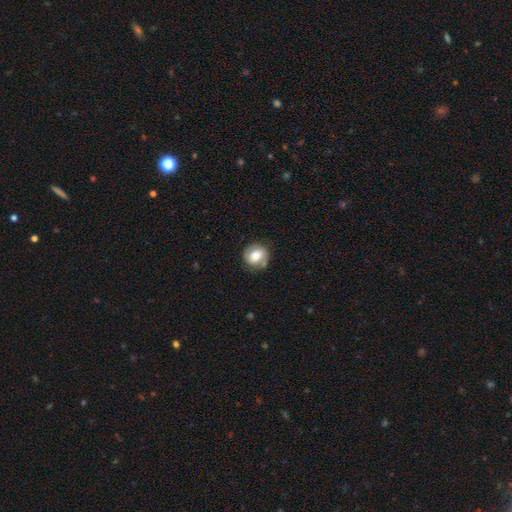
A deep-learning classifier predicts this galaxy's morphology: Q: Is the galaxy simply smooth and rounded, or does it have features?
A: smooth — 60%.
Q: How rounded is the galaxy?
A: round — 71%.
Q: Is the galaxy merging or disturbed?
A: none — 70%.